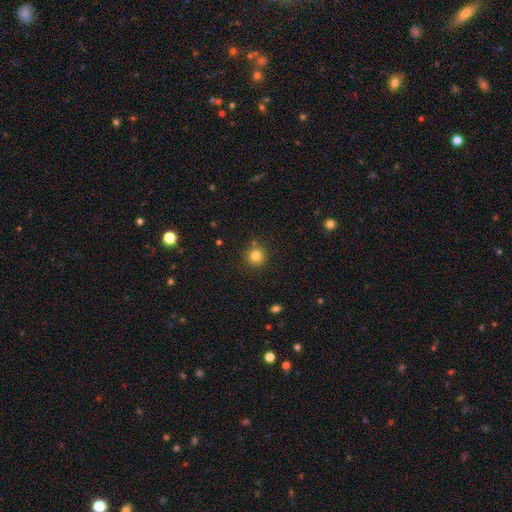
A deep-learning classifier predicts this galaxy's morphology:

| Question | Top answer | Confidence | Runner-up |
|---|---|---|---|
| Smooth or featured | smooth | 81% | star or artifact (13%) |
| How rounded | round | 94% | in between (5%) |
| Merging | none | 86% | minor disturbance (7%) |